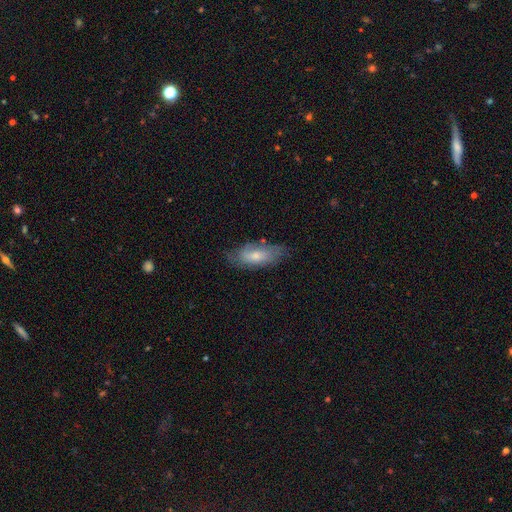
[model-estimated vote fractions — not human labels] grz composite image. It shows a smooth galaxy with no disk features (61%) that is in between round and cigar-shaped (81%). Merging: none (65%).